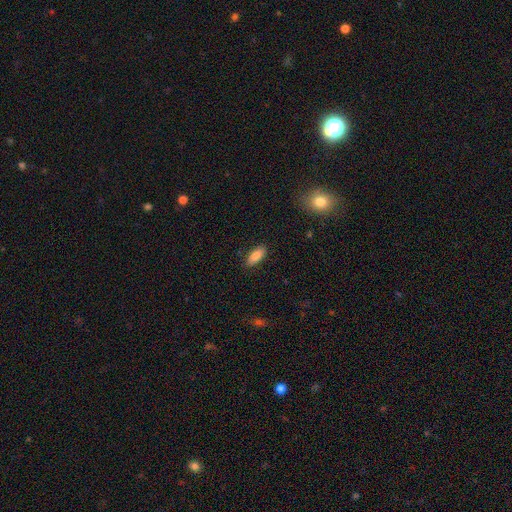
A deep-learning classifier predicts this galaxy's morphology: type=smooth (82%); roundness=in between (81%); merging=none (87%).